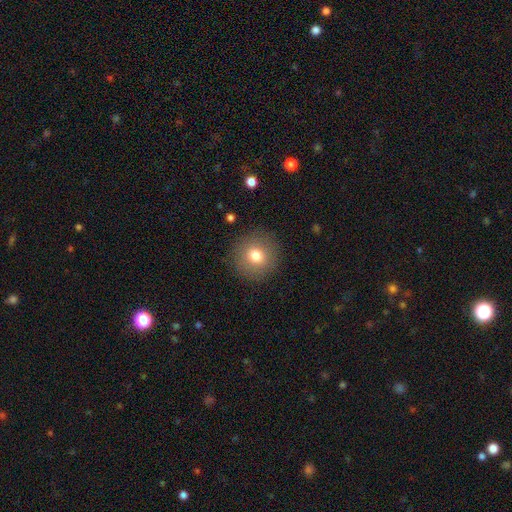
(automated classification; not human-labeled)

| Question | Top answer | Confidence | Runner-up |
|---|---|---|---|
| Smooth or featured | smooth | 77% | featured or disk (12%) |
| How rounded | round | 94% | in between (5%) |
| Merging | none | 89% | minor disturbance (7%) |